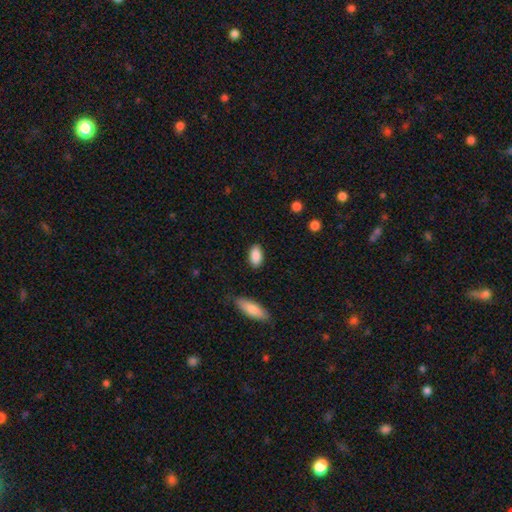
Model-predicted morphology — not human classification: This appears to be a smooth galaxy with no disk features (89%) that is in between round and cigar-shaped (92%). Merging: none (86%).